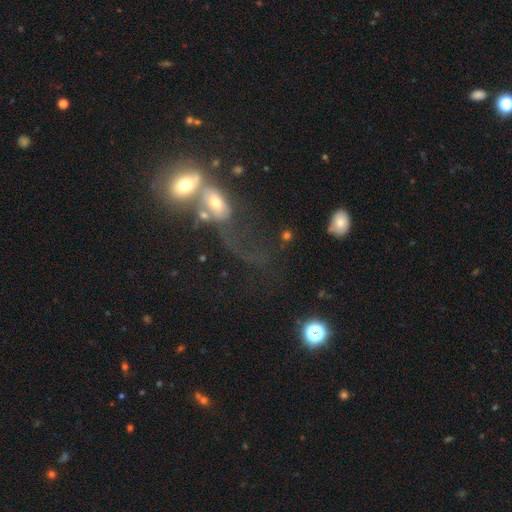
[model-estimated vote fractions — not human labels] Smooth or featured? Predicted: smooth (p=0.42). Merging? Predicted: merger (p=0.71).